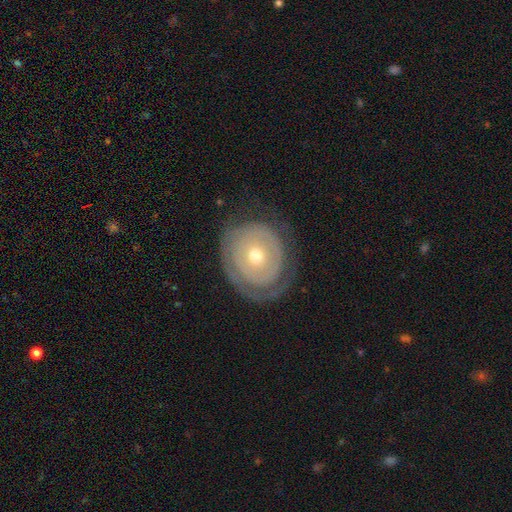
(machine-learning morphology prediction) Overall: featured or disk (67%). Edge-on disk: no (96%). Bar: no (85%). Spiral arms: yes (59%; no 41%). Bulge size: moderate (50%; small 46%). Merging: none (68%).